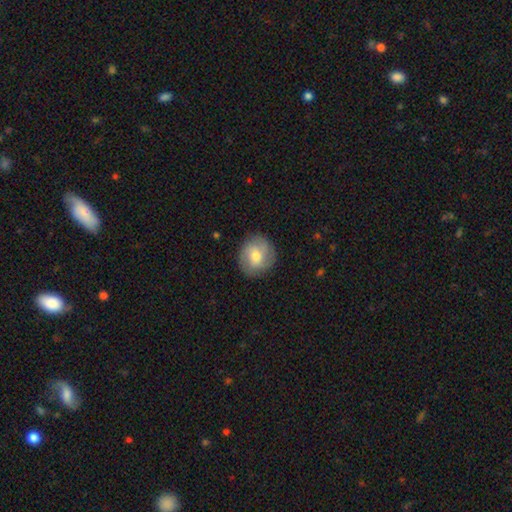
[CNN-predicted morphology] Overall: smooth (57%; featured or disk 36%). How rounded: round (88%). Merging: none (85%).